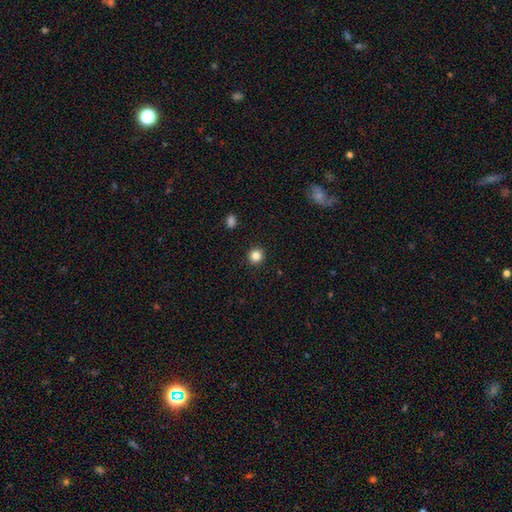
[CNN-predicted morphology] Smooth or featured? smooth (84%)
How rounded? round (94%)
Merging? none (92%)